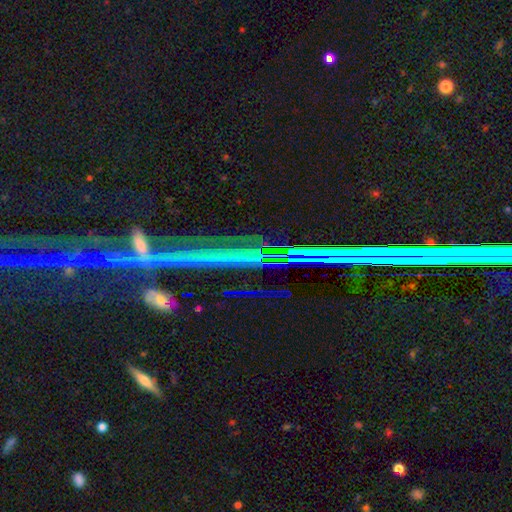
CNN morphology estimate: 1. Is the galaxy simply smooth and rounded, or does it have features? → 73% star or artifact, 17% featured or disk, 11% smooth.